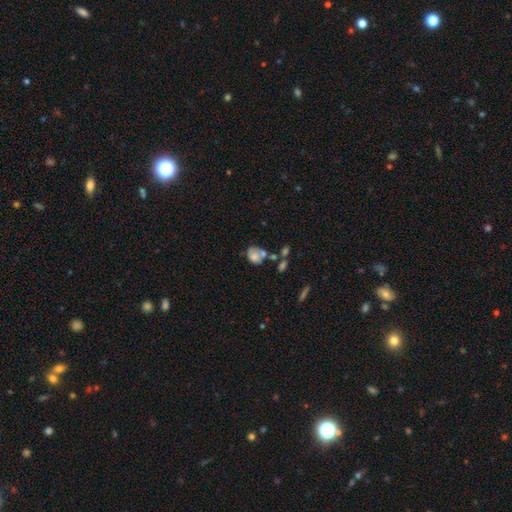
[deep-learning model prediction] smooth 62%, featured or disk 28%, star or artifact 10%. Down the decision tree: how rounded — in between (57%); merging — merger (33%).